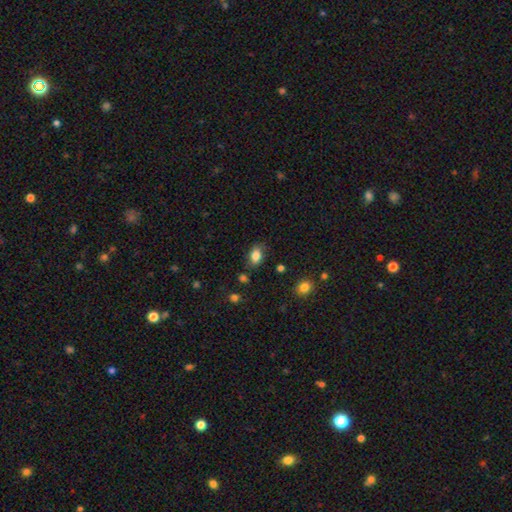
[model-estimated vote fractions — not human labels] smooth 83%, star or artifact 9%, featured or disk 7%. Down the decision tree: how rounded — in between (83%); merging — none (77%).